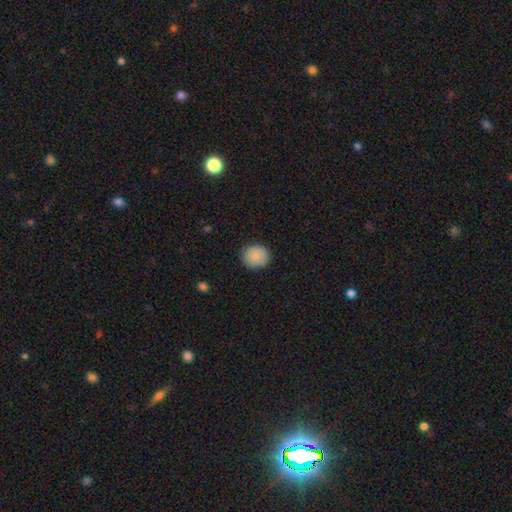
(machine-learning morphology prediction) The model was most divided on "how rounded": round: 85%, in between: 14%, cigar-shaped: 1%. More confident: smooth or featured — smooth (89%); merging — none (89%).